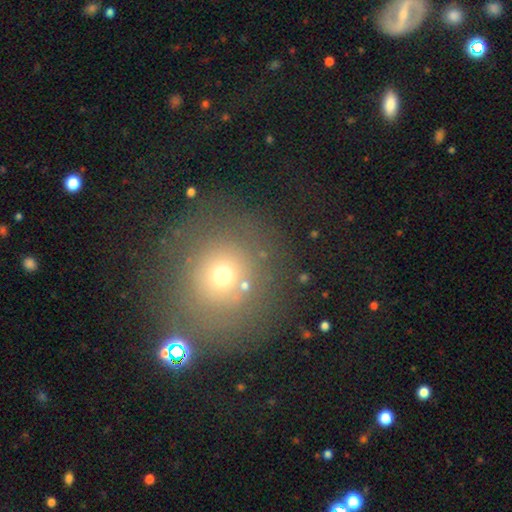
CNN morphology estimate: smooth-or-featured: smooth: 59% | star or artifact: 23% | featured or disk: 18%
  how-rounded: round: 93% | in between: 6% | cigar-shaped: 1%
  merging: none: 76% | minor disturbance: 11% | major disturbance: 8% | merger: 6%